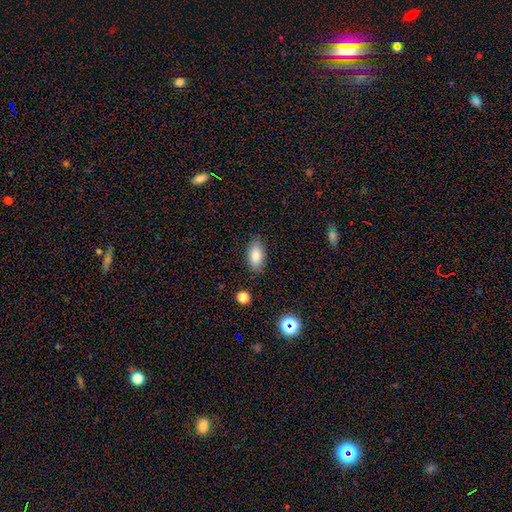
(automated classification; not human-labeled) smooth_or_featured: smooth (p=0.86) [alt: star or artifact p=0.08]
how_rounded: in between (p=0.91) [alt: cigar-shaped p=0.06]
merging: none (p=0.85) [alt: minor disturbance p=0.11]